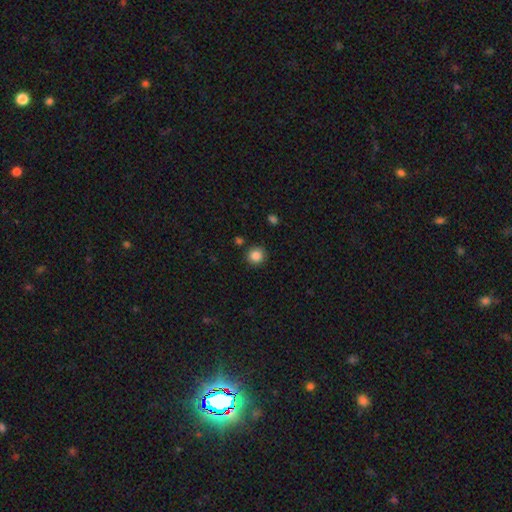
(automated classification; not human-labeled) Smooth or featured? smooth (87%)
How rounded? round (92%)
Merging? none (87%)